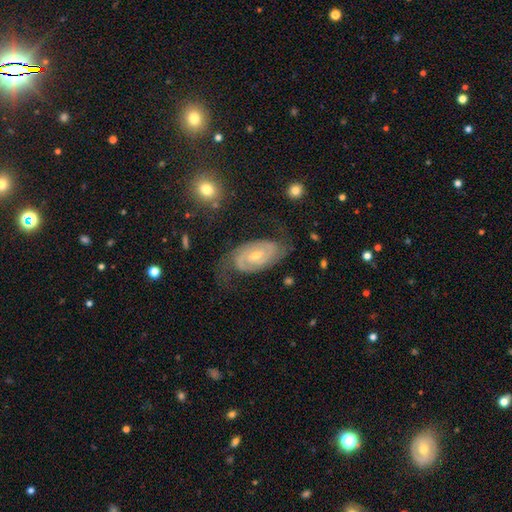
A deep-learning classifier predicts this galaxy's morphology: A featured or disk galaxy (85%) with no bar (51%), 2 (81%) tight (53%) spiral arms (96%) and a small central bulge (55%). Merging: none (67%).